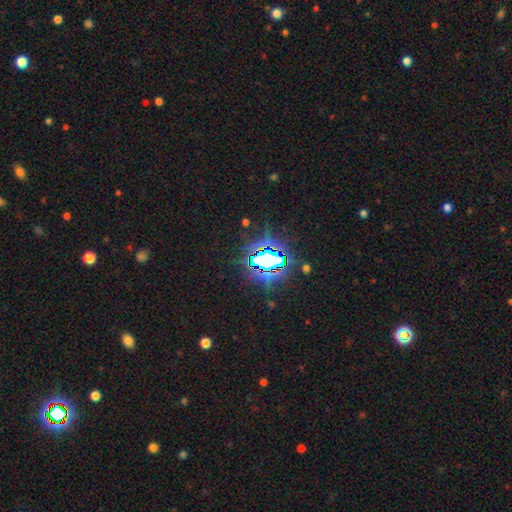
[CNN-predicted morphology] Smooth or featured?
  - star or artifact: 82% *
  - smooth: 10%
  - featured or disk: 7%